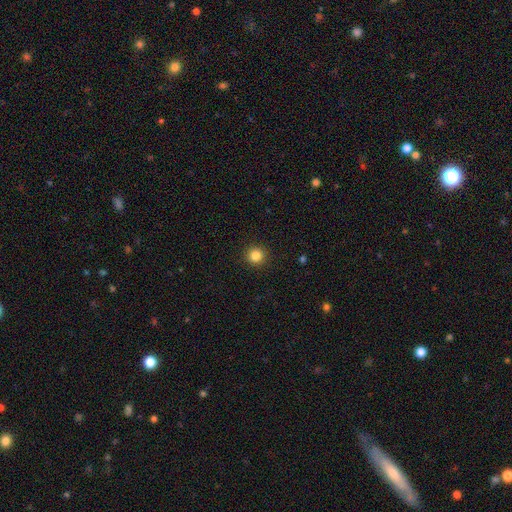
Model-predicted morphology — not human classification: Overall: smooth (84%). How rounded: round (94%). Merging: none (93%).